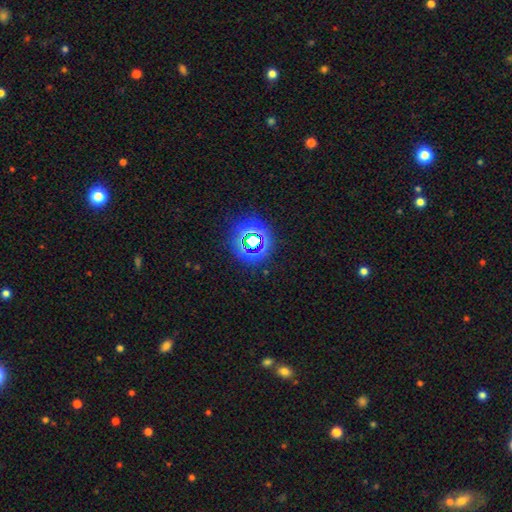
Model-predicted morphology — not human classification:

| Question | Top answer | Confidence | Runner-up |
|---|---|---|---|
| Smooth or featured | star or artifact | 53% | smooth (37%) |